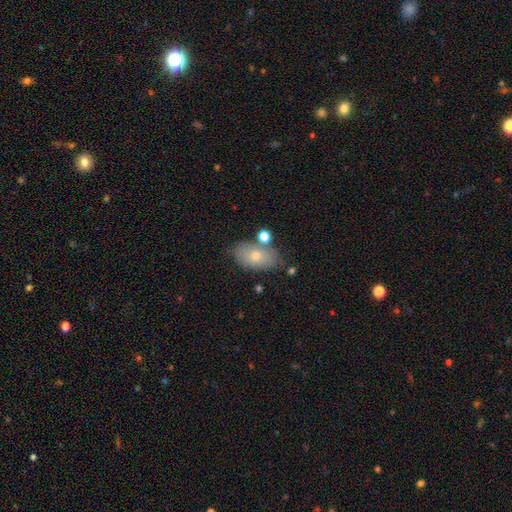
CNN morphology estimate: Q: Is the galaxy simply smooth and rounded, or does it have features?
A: smooth — 70%.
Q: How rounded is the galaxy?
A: in between — 90%.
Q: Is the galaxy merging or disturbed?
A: none — 72%.